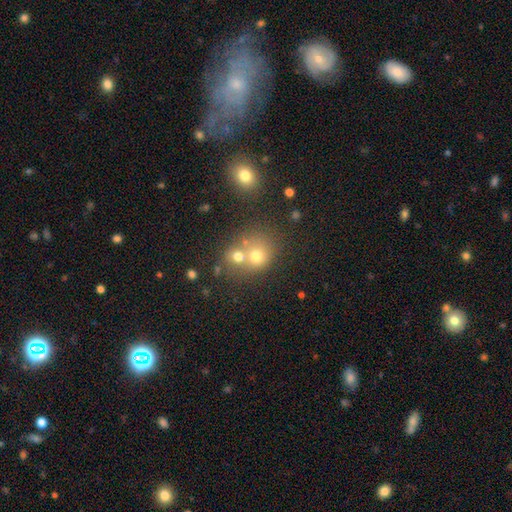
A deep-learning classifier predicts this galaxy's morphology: smooth_or_featured: smooth (p=0.67) [alt: star or artifact p=0.17]
how_rounded: round (p=0.75) [alt: in between p=0.24]
merging: merger (p=0.52) [alt: none p=0.37]